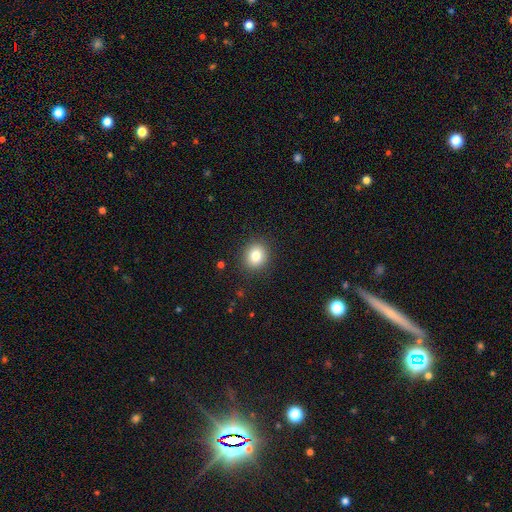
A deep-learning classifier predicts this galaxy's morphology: Smooth or featured? smooth (82%)
How rounded? round (78%)
Merging? none (90%)